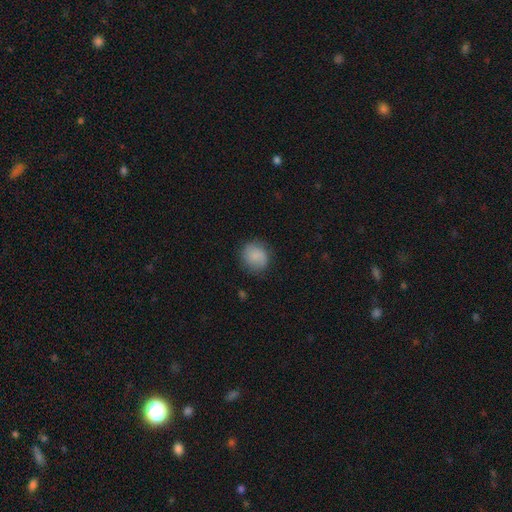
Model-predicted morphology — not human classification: Smooth or featured: smooth — 84% (featured or disk — 8%)
How rounded: round — 82% (in between — 17%)
Merging: none — 78% (minor disturbance — 16%)